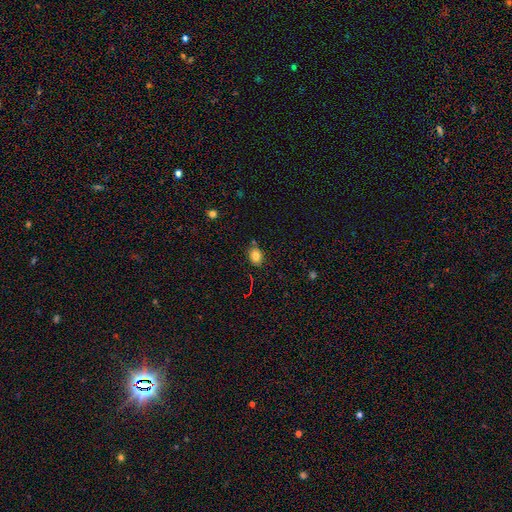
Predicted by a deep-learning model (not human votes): smooth_or_featured: smooth (p=0.80) [alt: star or artifact p=0.12]
how_rounded: in between (p=0.57) [alt: round p=0.42]
merging: none (p=0.78) [alt: minor disturbance p=0.14]